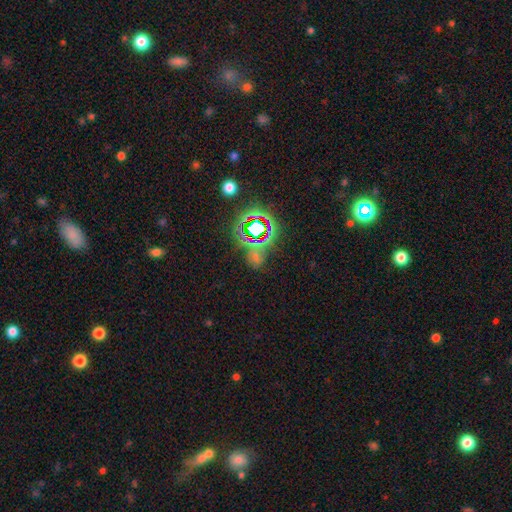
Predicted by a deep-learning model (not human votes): smooth-or-featured: star or artifact: 66% | smooth: 22% | featured or disk: 12%